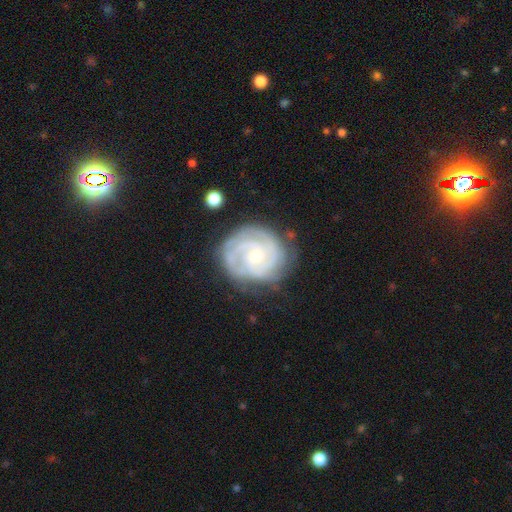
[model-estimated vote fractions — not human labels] Morphology: type=featured or disk (87%); edge-on=no (98%); bar=no (65%); spiral arms=yes (97%); winding=tight (75%); arm count=3 (32%); bulge=small (65%); merging=none (76%).